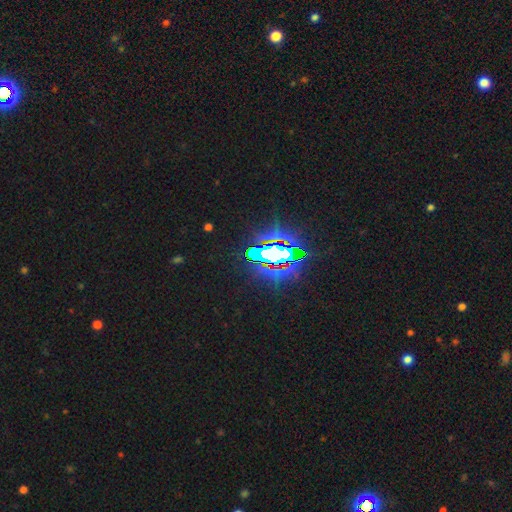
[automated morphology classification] Smooth or featured: star or artifact — 85% (smooth — 9%)